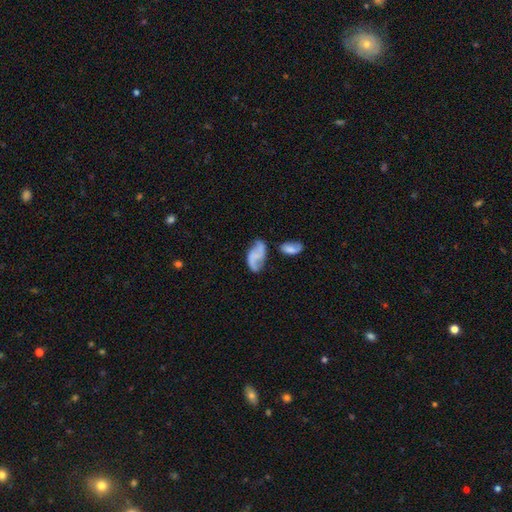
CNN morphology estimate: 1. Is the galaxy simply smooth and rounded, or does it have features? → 64% featured or disk, 28% smooth, 8% star or artifact.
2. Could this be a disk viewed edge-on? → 97% no, 3% yes.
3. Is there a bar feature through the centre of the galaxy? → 60% no, 31% weak, 9% strong.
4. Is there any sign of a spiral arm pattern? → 87% yes, 13% no.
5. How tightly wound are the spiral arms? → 71% loose, 22% medium, 7% tight.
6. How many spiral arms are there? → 88% 2, 5% 1, 4% can't tell, 1% 3, 1% 4, 1% more than 4.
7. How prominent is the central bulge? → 65% none, 22% small, 9% moderate, 3% large, 2% dominant.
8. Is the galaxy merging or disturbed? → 47% none, 24% minor disturbance, 15% merger, 13% major disturbance.